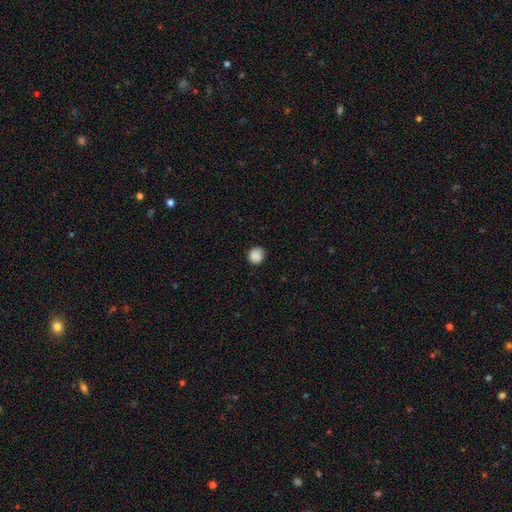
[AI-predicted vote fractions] smooth_or_featured: smooth (p=0.88) [alt: star or artifact p=0.09]
how_rounded: round (p=0.91) [alt: in between p=0.08]
merging: none (p=0.86) [alt: minor disturbance p=0.10]